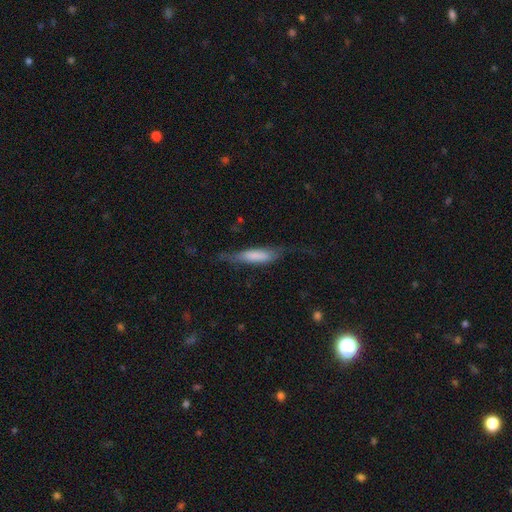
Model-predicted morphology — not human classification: smooth 63%, featured or disk 31%, star or artifact 6%. Down the decision tree: how rounded — cigar-shaped (73%); merging — none (51%).